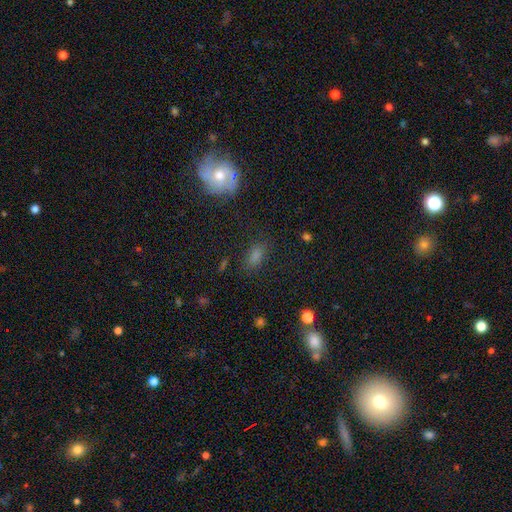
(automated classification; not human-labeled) Smooth or featured? Predicted: smooth (p=0.76). How rounded? Predicted: in between (p=0.86). Merging? Predicted: none (p=0.76).